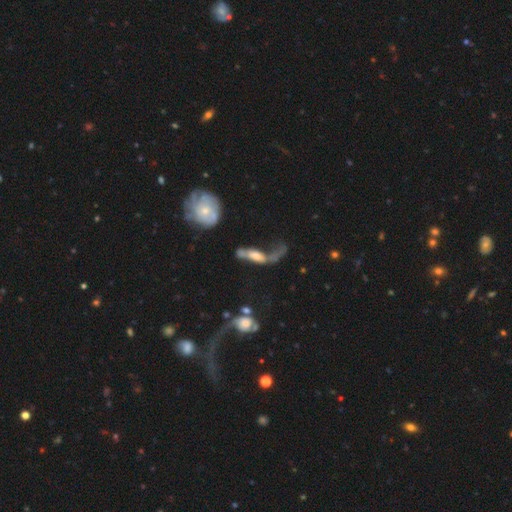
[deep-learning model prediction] A featured or disk galaxy (60%).

Vote fractions:
- Smooth or featured? featured or disk: 60% / smooth: 30% / star or artifact: 9%
- Edge-on disk? no: 69% / yes: 31%
- Merging? major disturbance: 48% / none: 21% / minor disturbance: 16% / merger: 15%